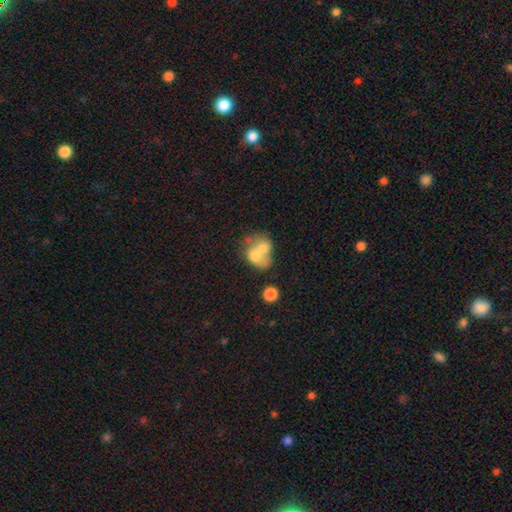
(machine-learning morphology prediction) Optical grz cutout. It shows a smooth galaxy with no disk features (60%) that is in between round and cigar-shaped (50%). Merging: merger (71%).